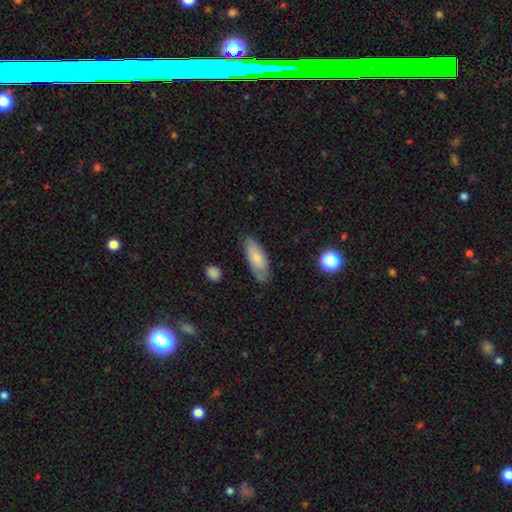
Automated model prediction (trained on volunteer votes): smooth_or_featured: smooth (p=0.66) [alt: featured or disk p=0.26]
how_rounded: in between (p=0.75) [alt: cigar-shaped p=0.22]
merging: none (p=0.73) [alt: minor disturbance p=0.21]